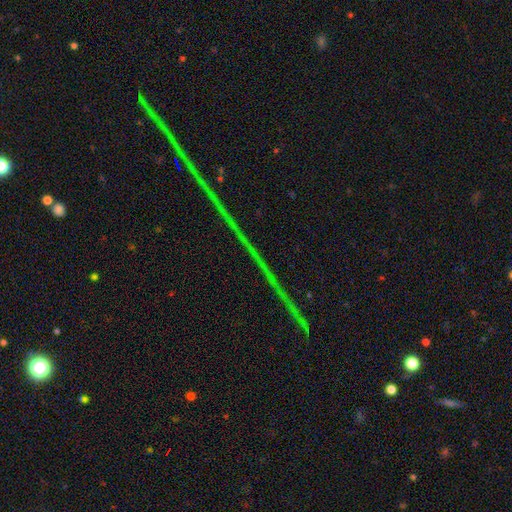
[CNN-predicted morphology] smooth-or-featured: star or artifact: 79% | featured or disk: 14% | smooth: 7%